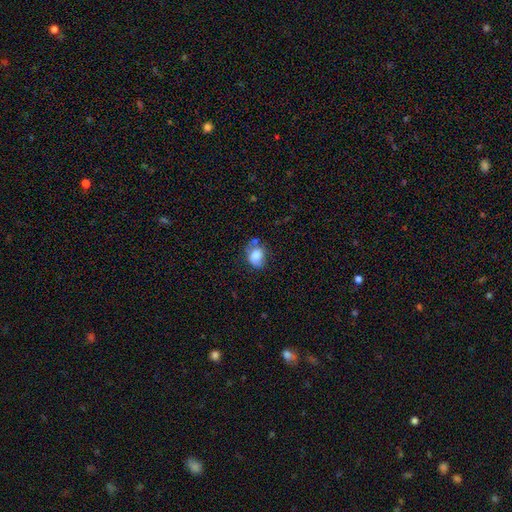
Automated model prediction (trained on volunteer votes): Morphology: type=smooth (79%); roundness=in between (61%); merging=none (50%).